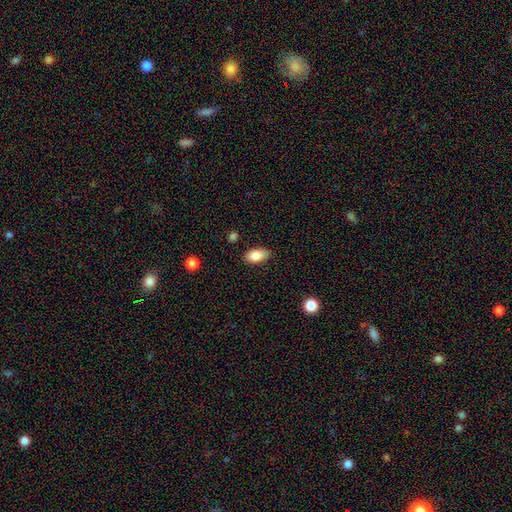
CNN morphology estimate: Smooth or featured?
  - smooth: 85% *
  - featured or disk: 8%
  - star or artifact: 7%
How rounded?
  - in between: 92% *
  - round: 4%
  - cigar-shaped: 4%
Merging?
  - none: 84% *
  - minor disturbance: 12%
  - major disturbance: 2%
  - merger: 2%